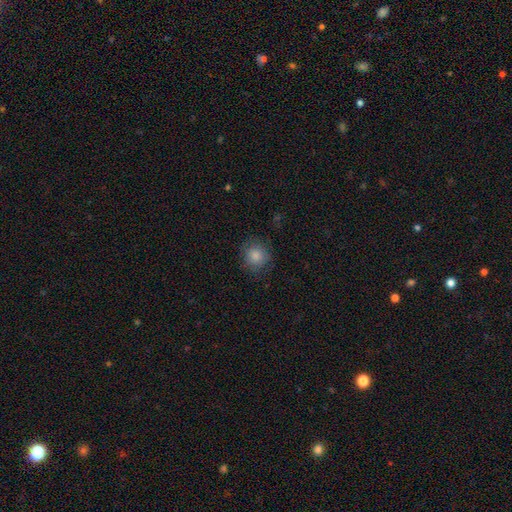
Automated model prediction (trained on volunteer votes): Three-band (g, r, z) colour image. It shows a smooth galaxy with no disk features (85%) that is round (87%). Merging: none (82%).